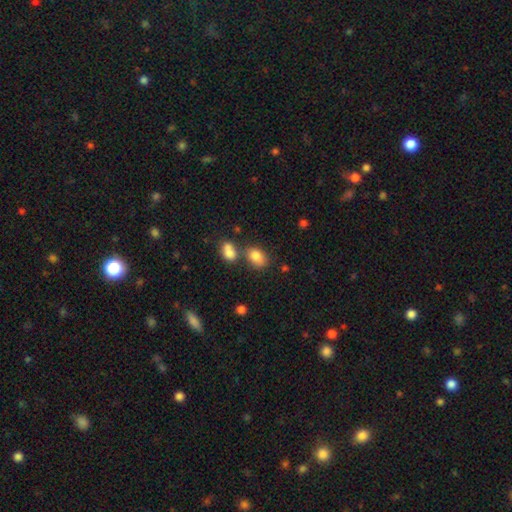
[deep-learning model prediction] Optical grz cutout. It shows a smooth galaxy with no disk features (82%) that is in between round and cigar-shaped (78%). Merging: none (52%).